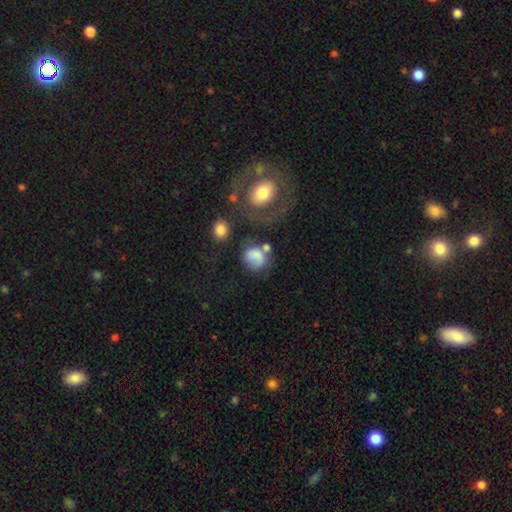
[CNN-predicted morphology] smooth 71%, featured or disk 19%, star or artifact 10%. Down the decision tree: how rounded — round (69%); merging — none (43%).